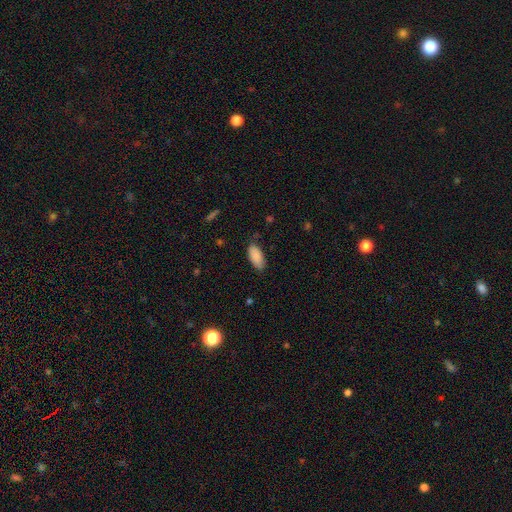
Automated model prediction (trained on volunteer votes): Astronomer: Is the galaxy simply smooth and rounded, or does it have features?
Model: smooth — 89%.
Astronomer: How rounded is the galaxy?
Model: in between — 90%.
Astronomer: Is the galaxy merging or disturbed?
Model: none — 78%.